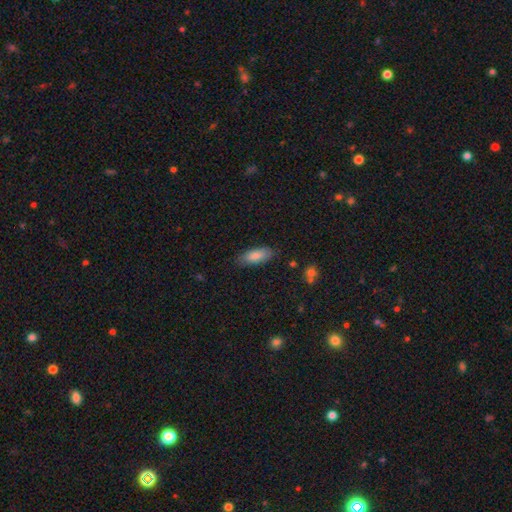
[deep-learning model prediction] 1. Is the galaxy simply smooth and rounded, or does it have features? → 86% smooth, 8% featured or disk, 6% star or artifact.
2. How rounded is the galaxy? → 78% in between, 20% cigar-shaped, 2% round.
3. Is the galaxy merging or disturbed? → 83% none, 13% minor disturbance, 3% major disturbance, 1% merger.